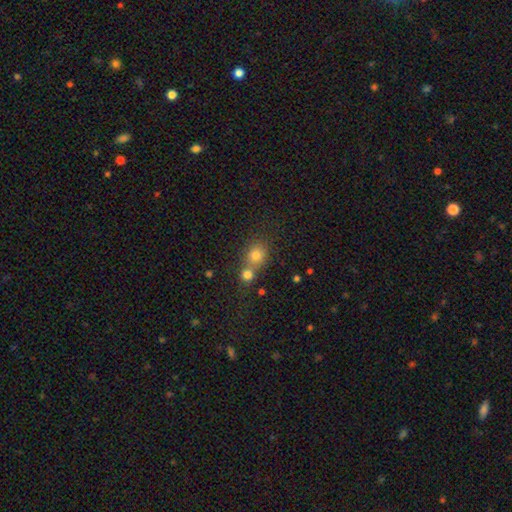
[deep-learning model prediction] Smooth or featured?
  - smooth: 75% *
  - star or artifact: 15%
  - featured or disk: 10%
How rounded?
  - round: 78% *
  - in between: 21%
  - cigar-shaped: 1%
Merging?
  - merger: 46% *
  - none: 44%
  - minor disturbance: 7%
  - major disturbance: 3%